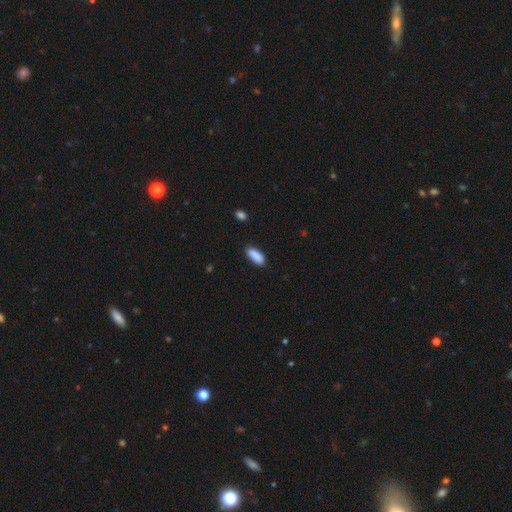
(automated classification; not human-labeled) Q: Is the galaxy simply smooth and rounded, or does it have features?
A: smooth — 89%.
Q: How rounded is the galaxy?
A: in between — 73%.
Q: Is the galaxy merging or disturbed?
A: none — 84%.